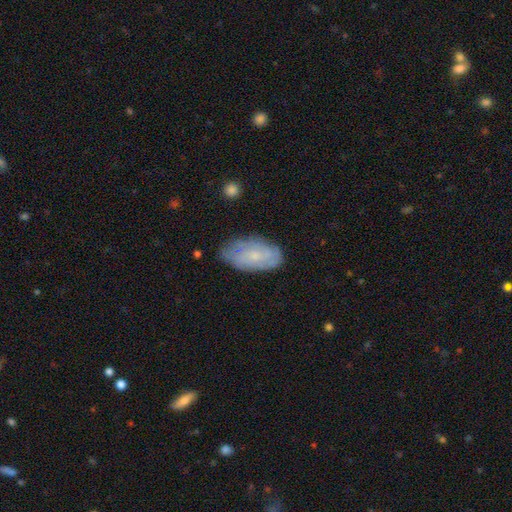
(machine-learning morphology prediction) Smooth or featured? Predicted: featured or disk (p=0.50). Merging? Predicted: none (p=0.71).